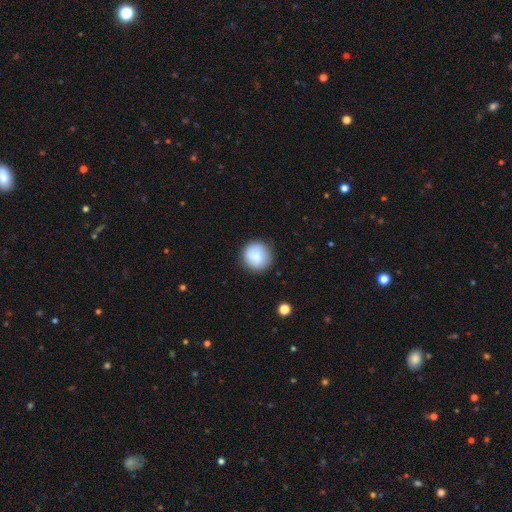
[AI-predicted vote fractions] Smooth or featured: smooth — 87% (star or artifact — 8%)
How rounded: round — 92% (in between — 7%)
Merging: none — 86% (minor disturbance — 10%)